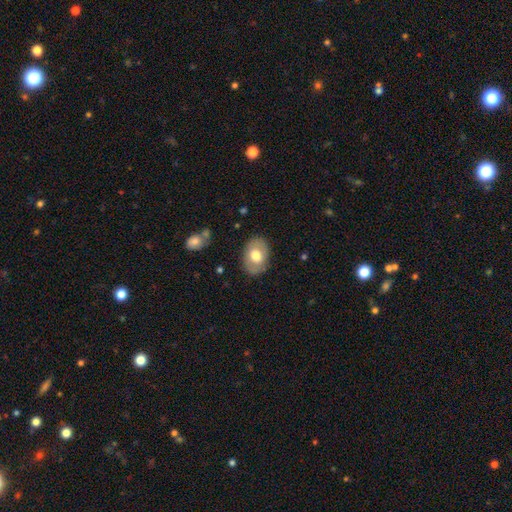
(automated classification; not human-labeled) This is possibly a smooth galaxy (60%). How rounded: likely in between (79%). Merging: clearly none (82%).